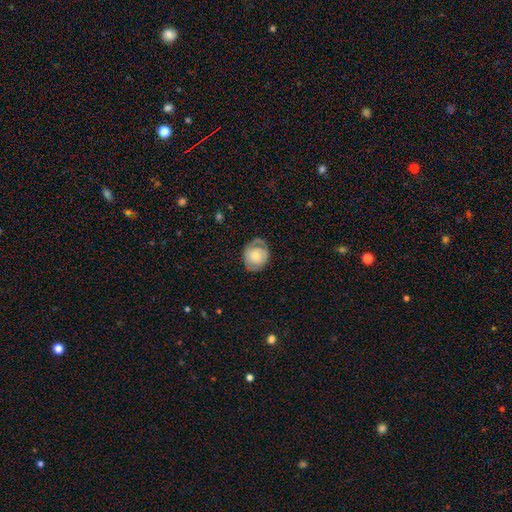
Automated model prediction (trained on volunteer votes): Smooth or featured?
  - smooth: 58% *
  - featured or disk: 36%
  - star or artifact: 7%
How rounded?
  - round: 68% *
  - in between: 31%
  - cigar-shaped: 1%
Merging?
  - none: 57% *
  - minor disturbance: 29%
  - major disturbance: 12%
  - merger: 2%